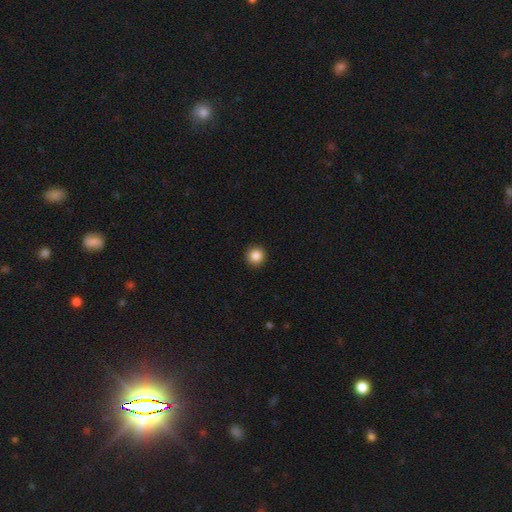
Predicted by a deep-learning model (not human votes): Overall: smooth (87%). How rounded: round (94%). Merging: none (93%).